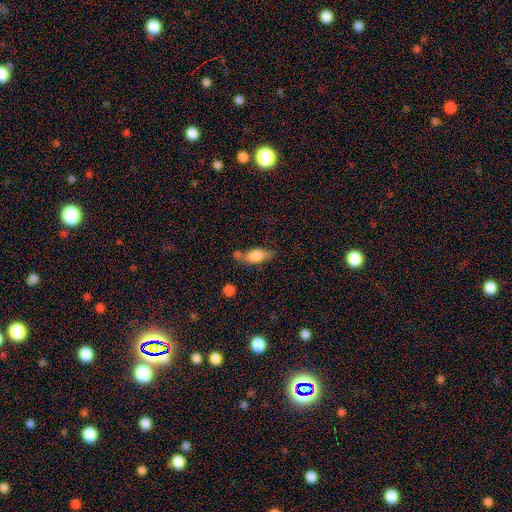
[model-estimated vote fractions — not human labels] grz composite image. It shows a smooth galaxy with no disk features (69%) that is in between round and cigar-shaped (75%). Merging: none (54%).